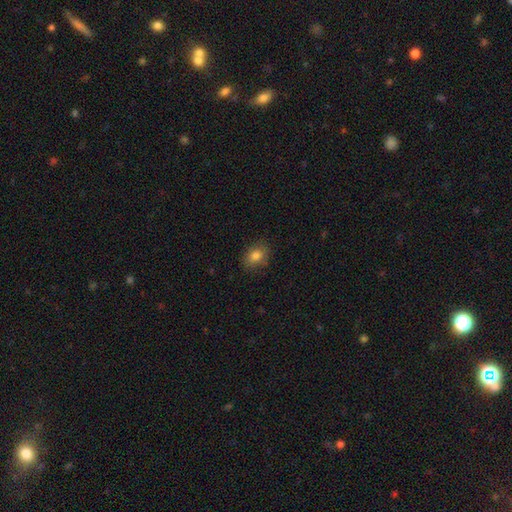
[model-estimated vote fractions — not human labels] Morphology: type=smooth (82%); roundness=in between (65%); merging=none (84%).